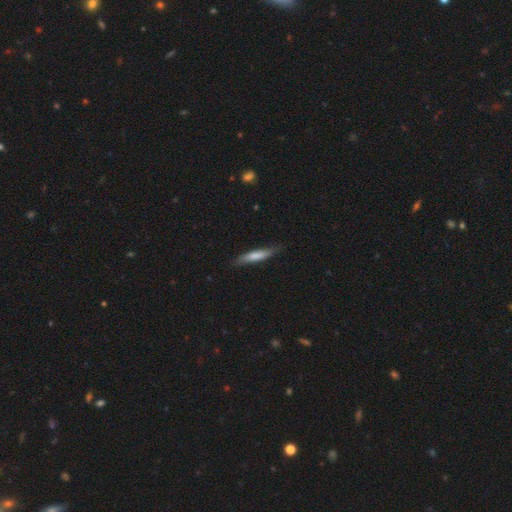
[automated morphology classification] This is likely a smooth galaxy (68%). How rounded: clearly cigar-shaped (86%). Merging: likely none (79%).